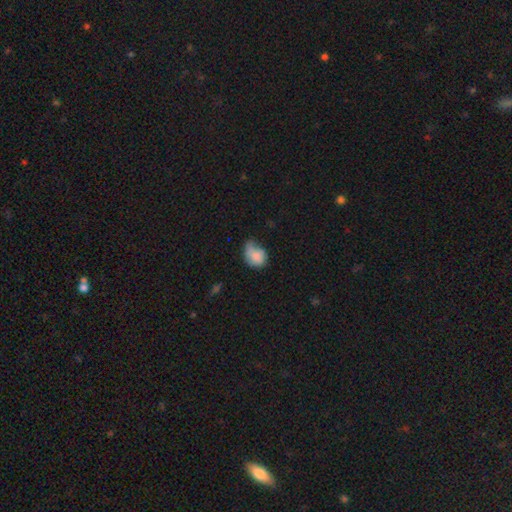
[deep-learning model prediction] A smooth galaxy with no disk features (76%) that is in between round and cigar-shaped (58%). Merging: minor disturbance (43%).